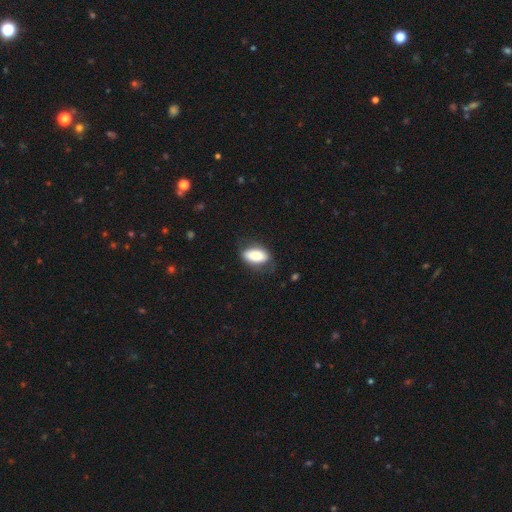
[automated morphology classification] type=smooth (83%); roundness=in between (91%); merging=none (71%).